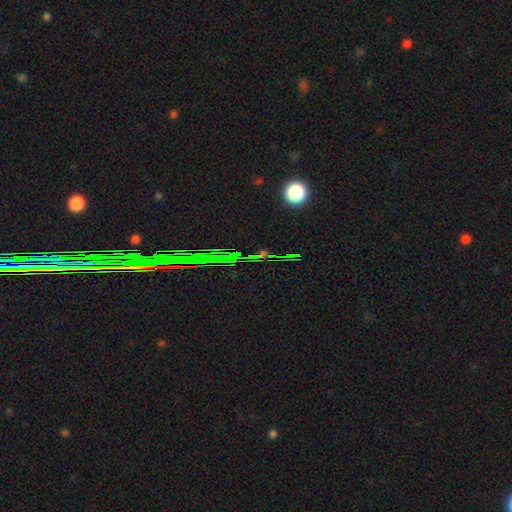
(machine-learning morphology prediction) Smooth or featured?
  - star or artifact: 81% *
  - smooth: 11%
  - featured or disk: 9%